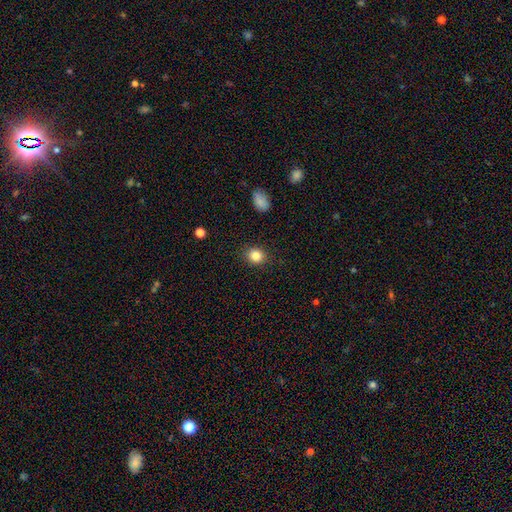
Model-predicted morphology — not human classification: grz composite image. It shows a smooth galaxy with no disk features (84%) that is round (69%). Merging: none (88%).